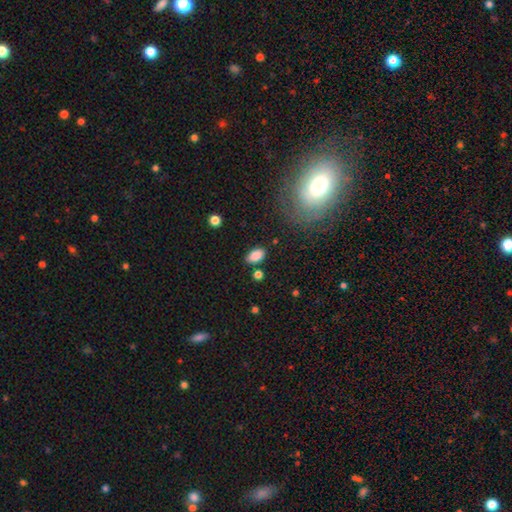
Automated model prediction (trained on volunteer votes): A smooth galaxy with no disk features (87%) that is in between round and cigar-shaped (92%).

Vote fractions:
- Smooth or featured? smooth: 87% / star or artifact: 9% / featured or disk: 5%
- How rounded? in between: 92% / round: 6% / cigar-shaped: 2%
- Merging? none: 82% / minor disturbance: 11% / merger: 4% / major disturbance: 3%